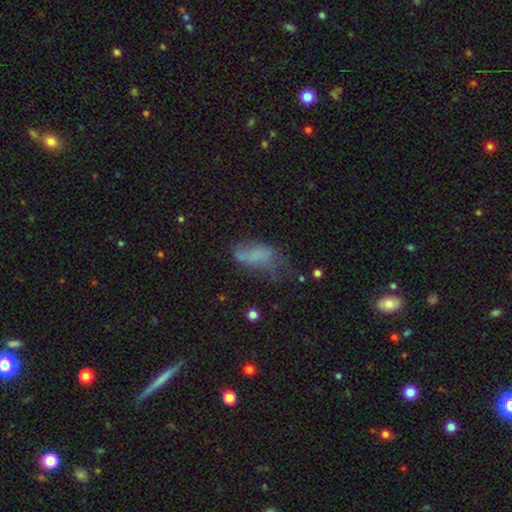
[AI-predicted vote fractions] Smooth or featured?
  - smooth: 57% *
  - featured or disk: 28%
  - star or artifact: 15%
How rounded?
  - in between: 87% *
  - cigar-shaped: 8%
  - round: 5%
Merging?
  - major disturbance: 36% *
  - none: 29%
  - minor disturbance: 29%
  - merger: 6%